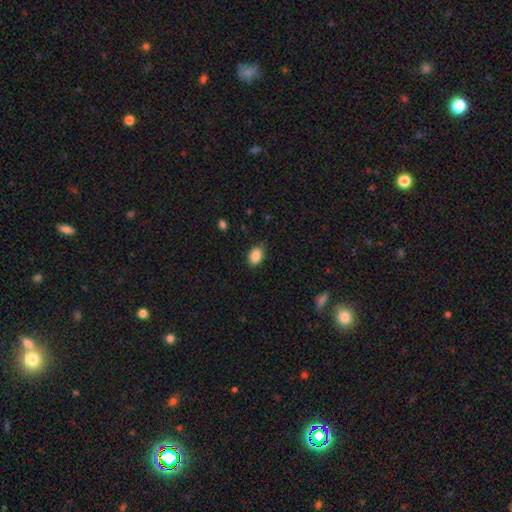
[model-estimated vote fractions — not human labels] A smooth galaxy with no disk features (87%) that is in between round and cigar-shaped (77%).

Vote fractions:
- Smooth or featured? smooth: 87% / star or artifact: 8% / featured or disk: 4%
- How rounded? in between: 77% / round: 22% / cigar-shaped: 1%
- Merging? none: 81% / minor disturbance: 15% / major disturbance: 3% / merger: 1%